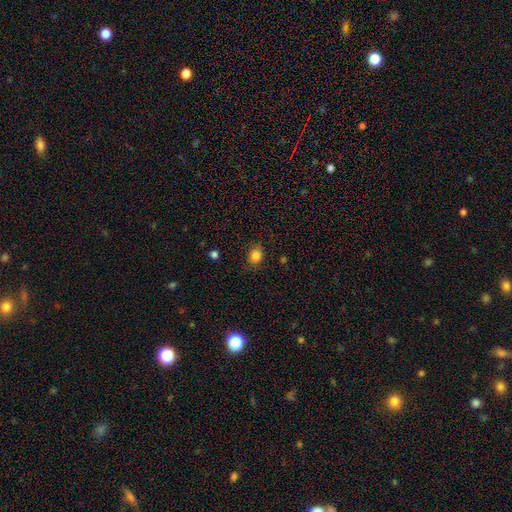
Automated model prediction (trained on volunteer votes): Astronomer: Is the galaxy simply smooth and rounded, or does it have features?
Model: smooth — 83%.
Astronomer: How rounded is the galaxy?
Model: round — 63%.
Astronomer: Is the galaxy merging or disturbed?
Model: none — 83%.